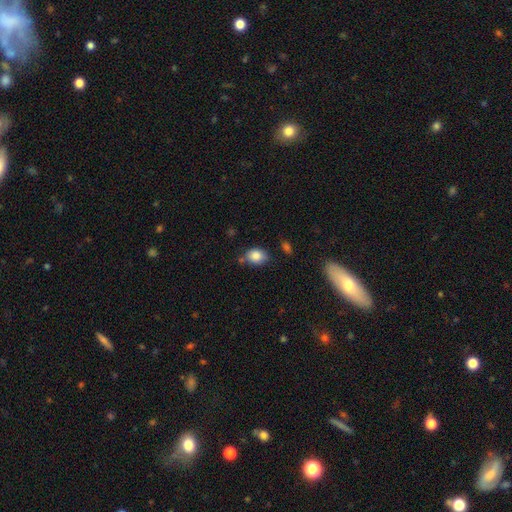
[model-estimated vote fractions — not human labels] Smooth or featured? smooth (85%)
How rounded? in between (62%)
Merging? none (64%)